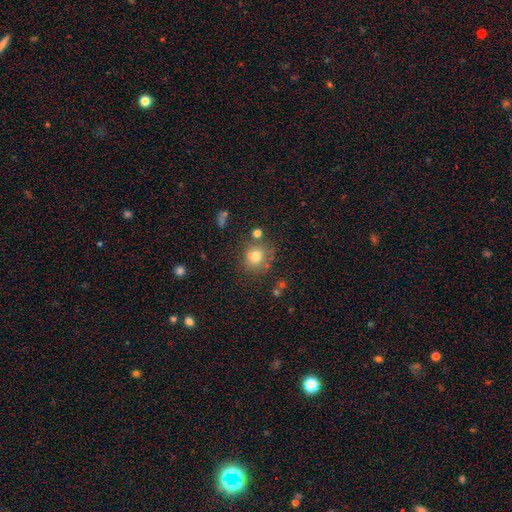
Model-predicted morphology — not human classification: A smooth galaxy with no disk features (74%) that is round (82%). Merging: none (70%).